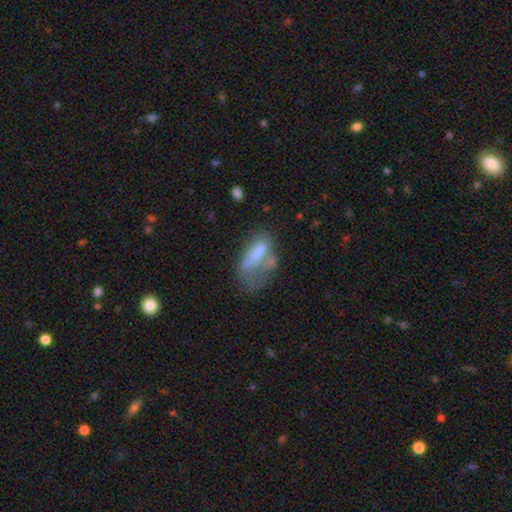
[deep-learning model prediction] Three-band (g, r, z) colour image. It shows a smooth galaxy with no disk features (57%) that is in between round and cigar-shaped (74%). Merging: major disturbance (42%).